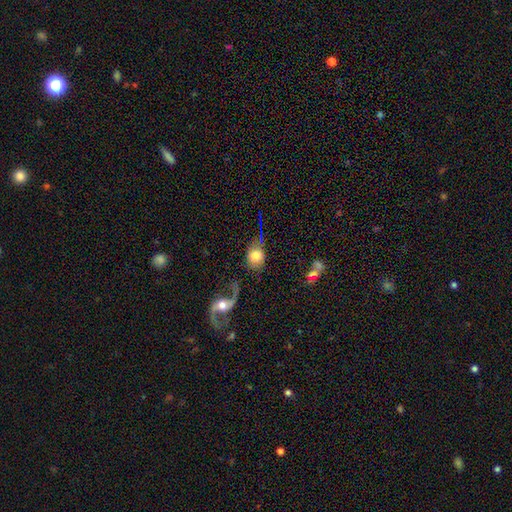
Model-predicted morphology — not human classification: Overall: smooth (64%; featured or disk 27%). How rounded: round (50%; in between 47%). Merging: none (51%; minor disturbance 19%).